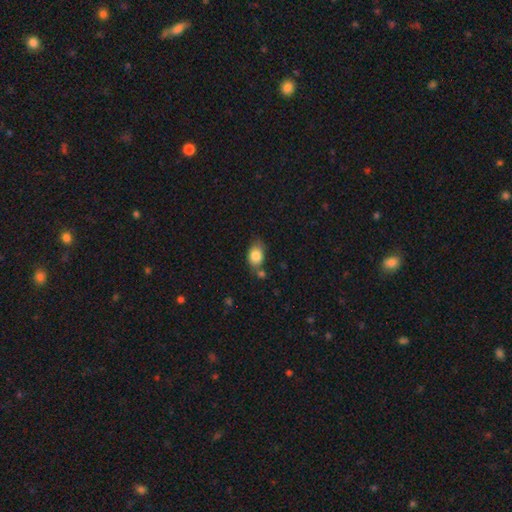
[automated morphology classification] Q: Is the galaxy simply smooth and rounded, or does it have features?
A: smooth — 83%.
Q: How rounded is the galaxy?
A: in between — 78%.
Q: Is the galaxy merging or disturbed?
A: none — 59%.